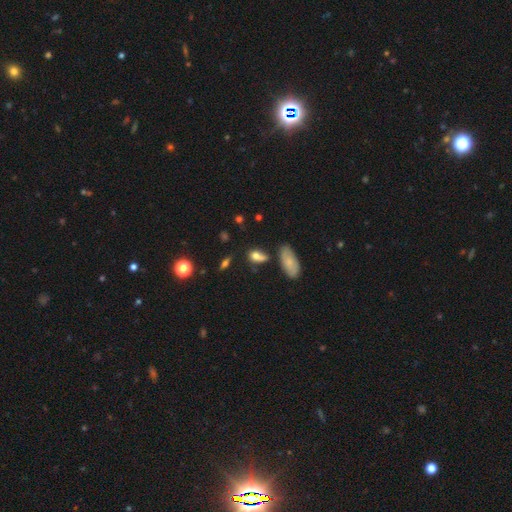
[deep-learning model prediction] Smooth or featured: smooth — 74% (featured or disk — 14%)
How rounded: in between — 68% (round — 26%)
Merging: none — 54% (minor disturbance — 22%)